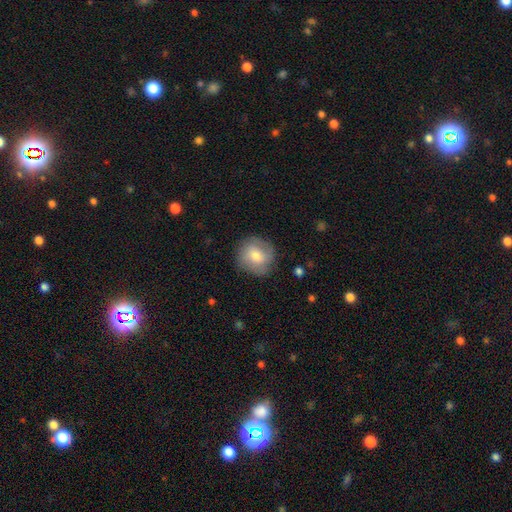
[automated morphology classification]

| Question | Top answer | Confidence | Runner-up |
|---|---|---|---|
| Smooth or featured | smooth | 66% | featured or disk (26%) |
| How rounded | round | 90% | in between (9%) |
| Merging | none | 82% | minor disturbance (13%) |